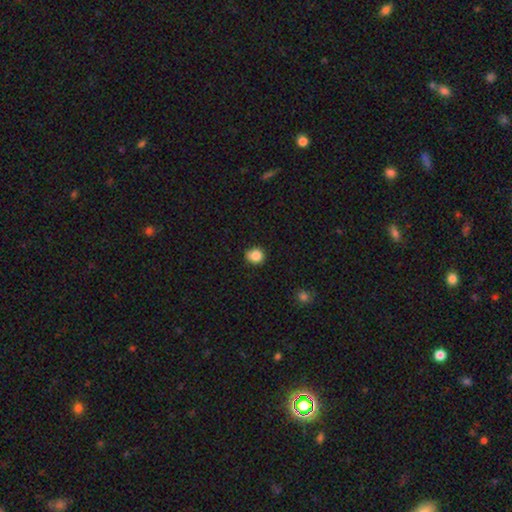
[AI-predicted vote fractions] Q: Smooth or featured?
A: smooth (85%); runner-up: star or artifact (10%)
Q: How rounded?
A: round (83%); runner-up: in between (16%)
Q: Merging?
A: none (76%); runner-up: minor disturbance (19%)